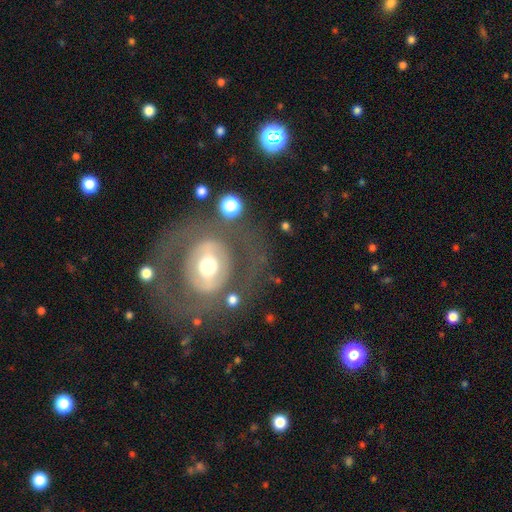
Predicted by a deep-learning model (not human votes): Smooth or featured? Predicted: featured or disk (p=0.65). Edge-on disk? Predicted: no (p=0.95). Bar? Predicted: no (p=0.61). Spiral arms? Predicted: no (p=0.72). Bulge size? Predicted: moderate (p=0.64). Merging? Predicted: none (p=0.71).